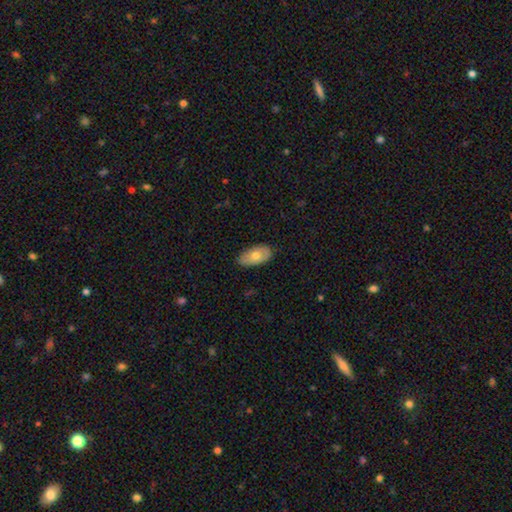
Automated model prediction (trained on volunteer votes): Smooth or featured?
  - smooth: 65% *
  - featured or disk: 28%
  - star or artifact: 6%
How rounded?
  - in between: 93% *
  - round: 5%
  - cigar-shaped: 2%
Merging?
  - none: 77% *
  - minor disturbance: 19%
  - major disturbance: 3%
  - merger: 1%